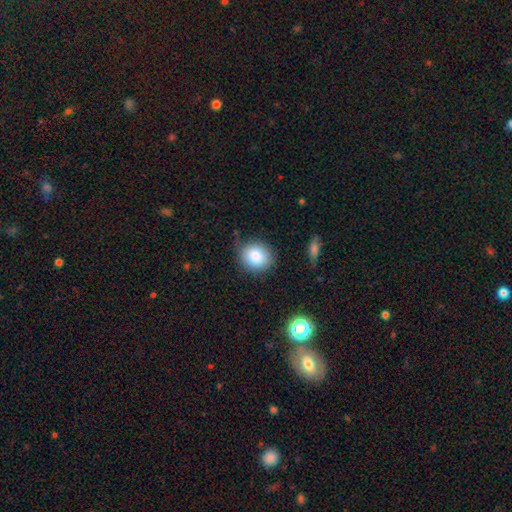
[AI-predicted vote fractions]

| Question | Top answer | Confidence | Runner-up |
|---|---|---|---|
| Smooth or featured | smooth | 83% | star or artifact (9%) |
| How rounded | round | 79% | in between (20%) |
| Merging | none | 81% | minor disturbance (14%) |